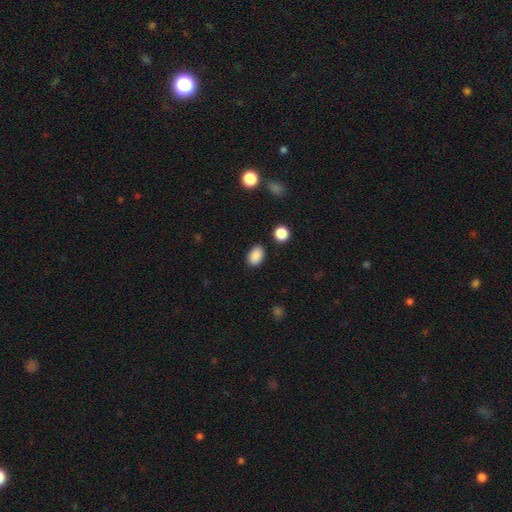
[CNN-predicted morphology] A smooth galaxy with no disk features (88%) that is in between round and cigar-shaped (82%).

Vote fractions:
- Smooth or featured? smooth: 88% / star or artifact: 8% / featured or disk: 3%
- How rounded? in between: 82% / round: 17% / cigar-shaped: 1%
- Merging? none: 87% / minor disturbance: 9% / major disturbance: 2% / merger: 2%